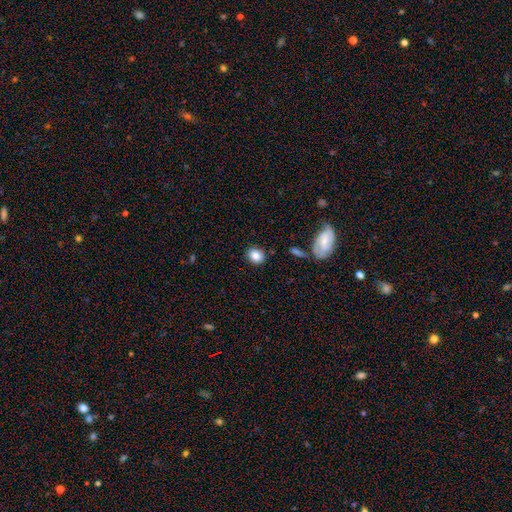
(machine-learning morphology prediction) Smooth or featured? smooth (84%)
How rounded? round (64%)
Merging? none (85%)